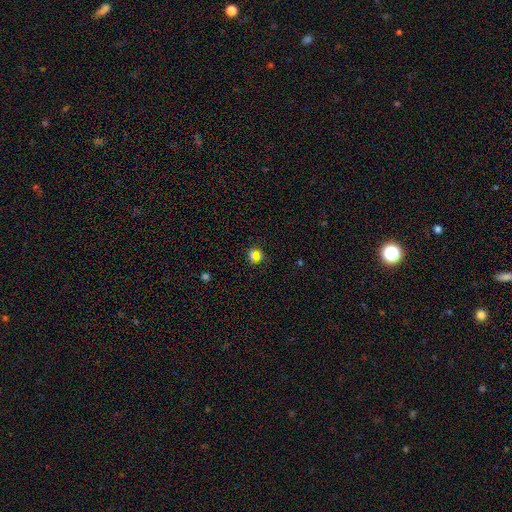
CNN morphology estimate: type=smooth (54%); roundness=round (81%); merging=none (73%).